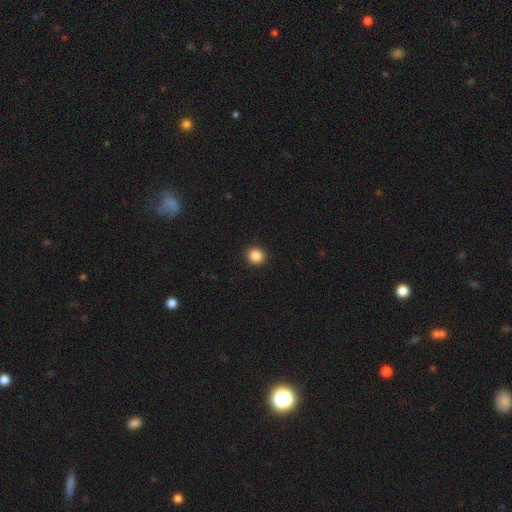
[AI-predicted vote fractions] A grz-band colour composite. It shows a smooth galaxy with no disk features (87%) that is round (88%). Merging: none (93%).